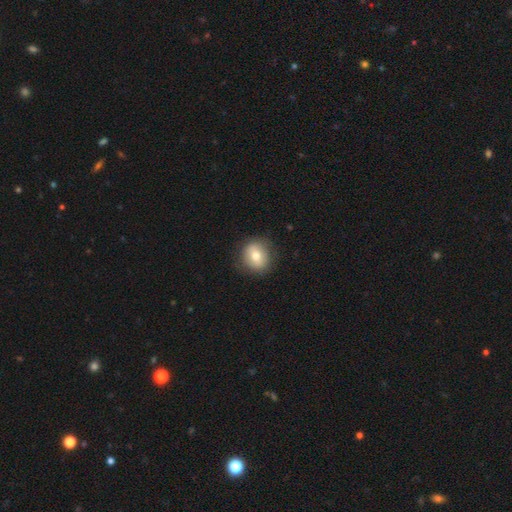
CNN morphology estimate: Smooth or featured? Predicted: smooth (p=0.73). How rounded? Predicted: round (p=0.75). Merging? Predicted: none (p=0.84).